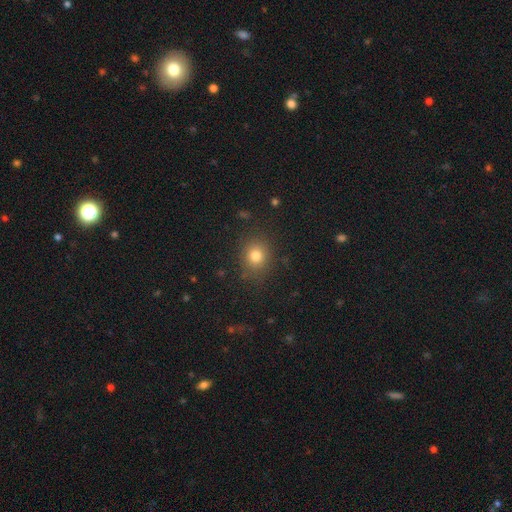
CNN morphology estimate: Smooth or featured? Predicted: smooth (p=0.78). How rounded? Predicted: round (p=0.74). Merging? Predicted: none (p=0.84).